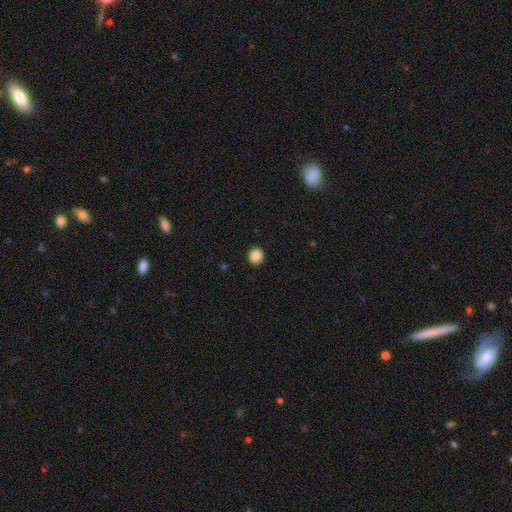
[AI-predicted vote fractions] smooth-or-featured: smooth: 88% | star or artifact: 9% | featured or disk: 3%
  how-rounded: round: 89% | in between: 10% | cigar-shaped: 1%
  merging: none: 93% | minor disturbance: 4% | major disturbance: 2% | merger: 1%